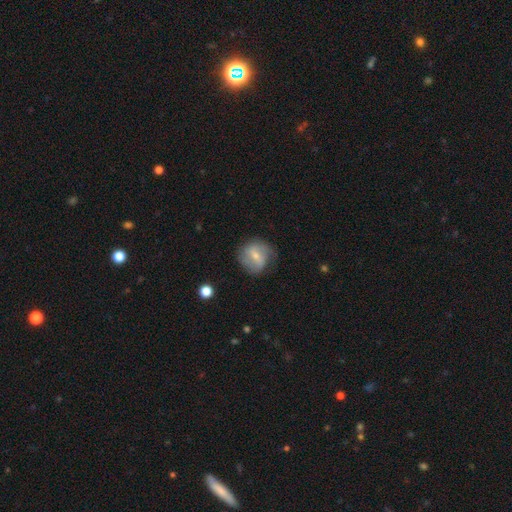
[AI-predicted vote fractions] smooth_or_featured: featured or disk (p=0.52) [alt: smooth p=0.41]
disk_edge_on: no (p=0.95) [alt: yes p=0.05]
merging: none (p=0.69) [alt: minor disturbance p=0.21]